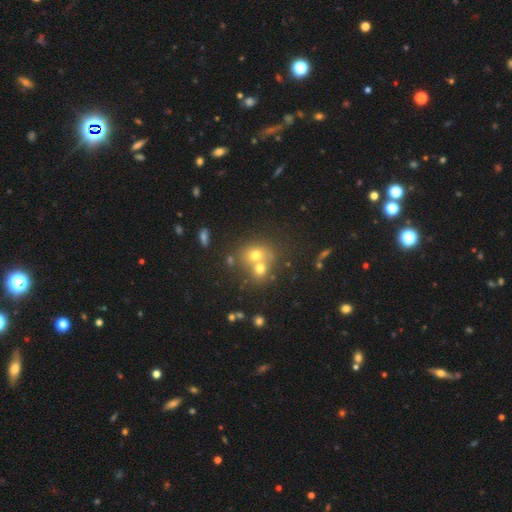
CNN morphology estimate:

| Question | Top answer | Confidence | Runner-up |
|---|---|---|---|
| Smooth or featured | smooth | 60% | star or artifact (21%) |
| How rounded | round | 73% | in between (26%) |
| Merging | merger | 51% | none (38%) |